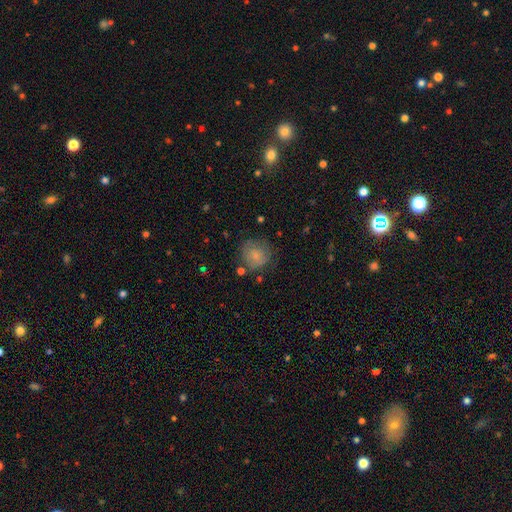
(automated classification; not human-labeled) This is likely a smooth galaxy (77%). How rounded: clearly round (88%). Merging: likely none (67%).